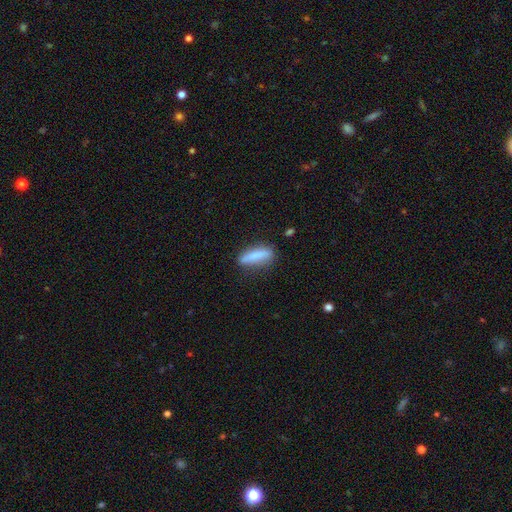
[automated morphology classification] type=smooth (73%); roundness=cigar-shaped (68%); merging=none (80%).